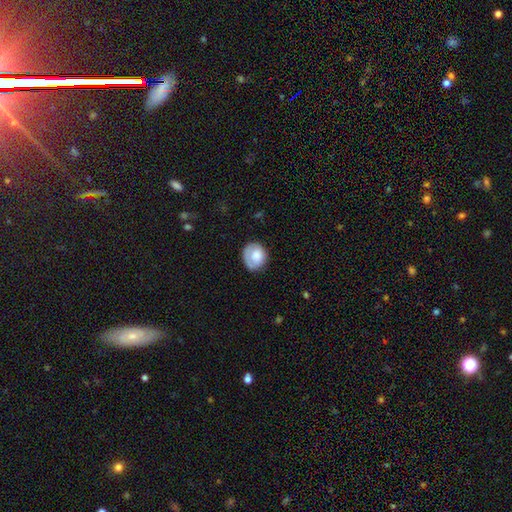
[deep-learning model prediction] smooth 71%, featured or disk 23%, star or artifact 6%. Down the decision tree: how rounded — round (66%); merging — none (66%).